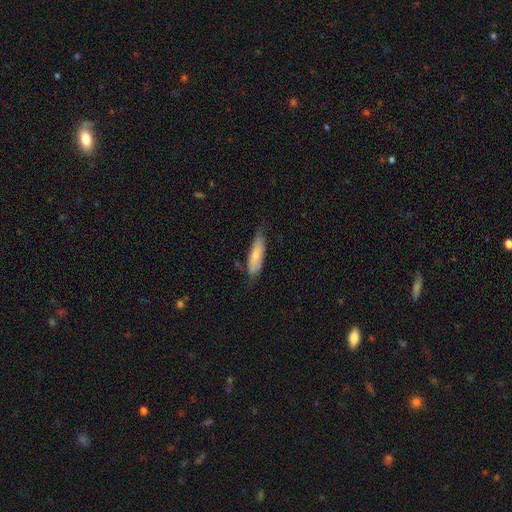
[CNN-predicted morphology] Smooth or featured? Predicted: smooth (p=0.71). How rounded? Predicted: cigar-shaped (p=0.60). Merging? Predicted: none (p=0.66).